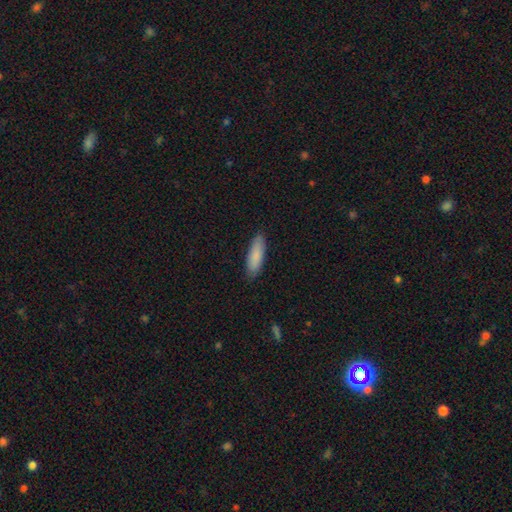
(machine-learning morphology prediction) smooth-or-featured: smooth: 86% | featured or disk: 8% | star or artifact: 5%
  how-rounded: in between: 53% | cigar-shaped: 45% | round: 2%
  merging: none: 87% | minor disturbance: 10% | major disturbance: 2% | merger: 1%